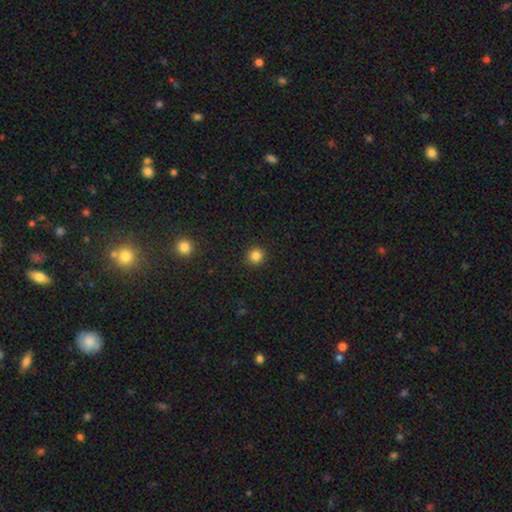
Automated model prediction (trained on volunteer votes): This appears to be a smooth galaxy with no disk features (85%) that is round (92%). Merging: none (91%).